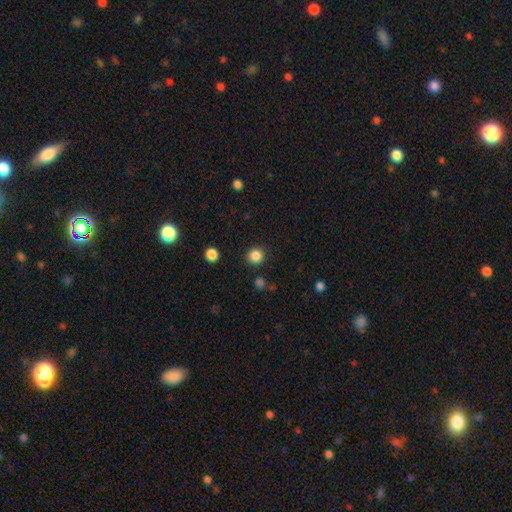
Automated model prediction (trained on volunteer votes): This is clearly a smooth galaxy (85%). How rounded: clearly round (91%). Merging: clearly none (90%).